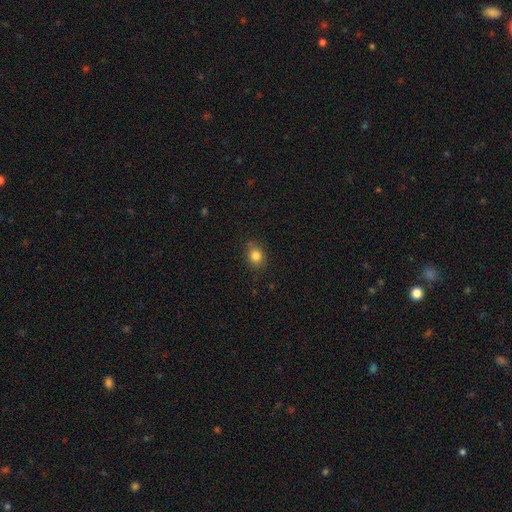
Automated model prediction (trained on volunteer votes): Morphology: type=smooth (84%); roundness=round (55%); merging=none (80%).